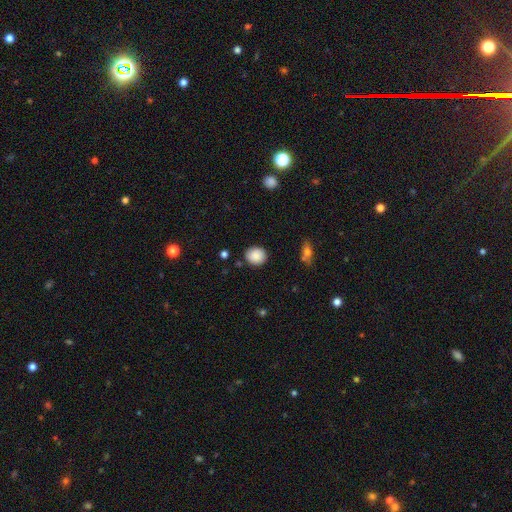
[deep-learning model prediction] Morphology: type=smooth (87%); roundness=round (77%); merging=none (85%).